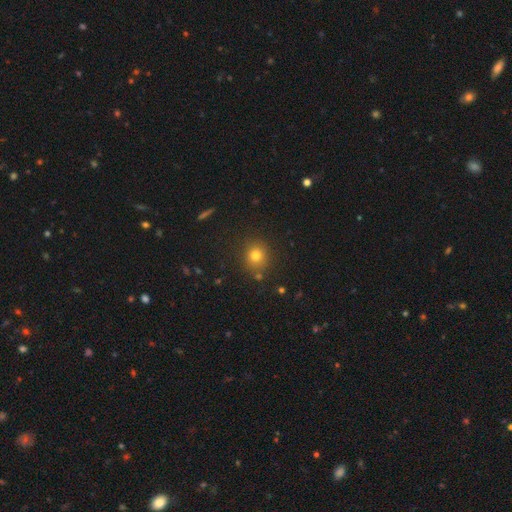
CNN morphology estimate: Smooth or featured: smooth — 76% (star or artifact — 16%)
How rounded: round — 86% (in between — 13%)
Merging: none — 84% (minor disturbance — 9%)